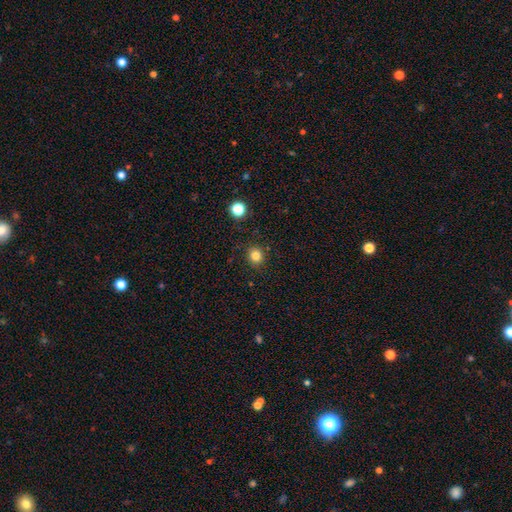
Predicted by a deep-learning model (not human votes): Smooth or featured?
  - smooth: 83% *
  - star or artifact: 12%
  - featured or disk: 5%
How rounded?
  - round: 79% *
  - in between: 20%
  - cigar-shaped: 1%
Merging?
  - none: 88% *
  - minor disturbance: 8%
  - major disturbance: 2%
  - merger: 2%